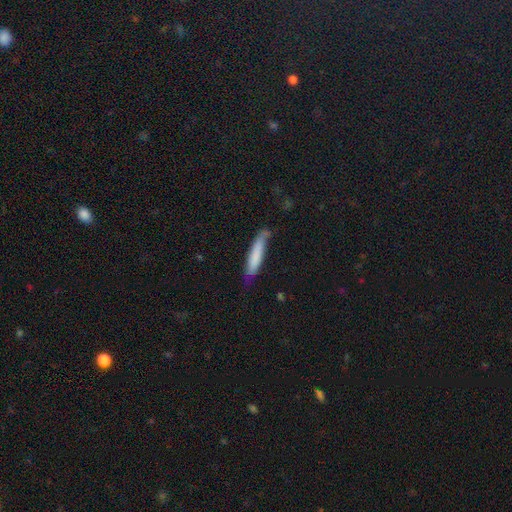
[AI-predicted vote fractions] Smooth or featured?
  - smooth: 73% *
  - featured or disk: 21%
  - star or artifact: 6%
How rounded?
  - cigar-shaped: 88% *
  - in between: 11%
  - round: 1%
Merging?
  - none: 61% *
  - minor disturbance: 29%
  - major disturbance: 7%
  - merger: 3%